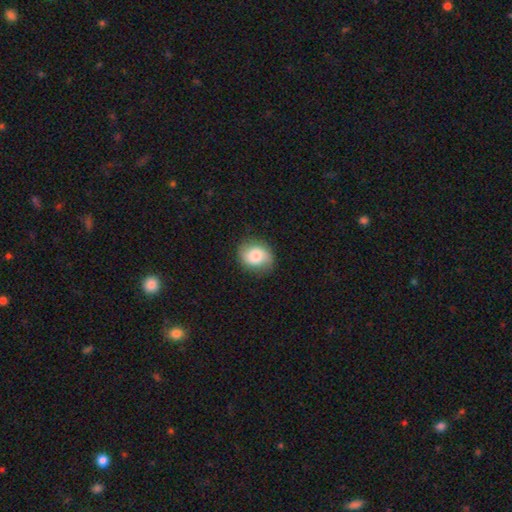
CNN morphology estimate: The model was most divided on "how rounded": round: 59%, in between: 40%, cigar-shaped: 1%. More confident: merging — none (82%); smooth or featured — smooth (69%).